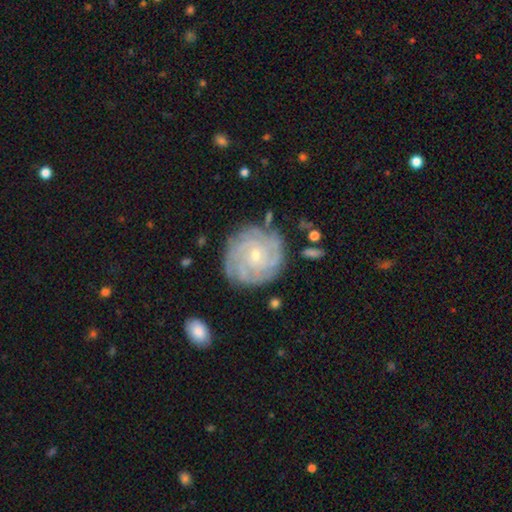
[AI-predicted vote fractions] This is clearly a featured or disk galaxy (83%). It is clearly not viewed edge-on (98%). Bar: likely no (77%). Spiral arm pattern: clearly yes (95%). Spiral arm count: marginally can't tell (28%). Spiral winding: likely tight (76%). Central bulge: likely small (71%). Merging: clearly none (80%).